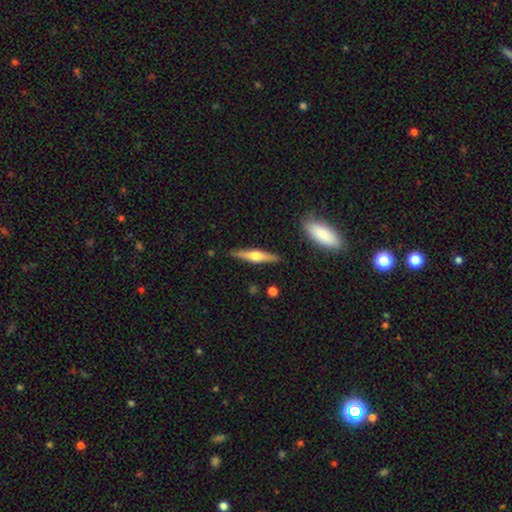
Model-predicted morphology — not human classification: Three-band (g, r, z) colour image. It shows a featured or disk galaxy (65%) viewed edge-on (97%) with a rounded central bulge (92%). Merging: none (89%).